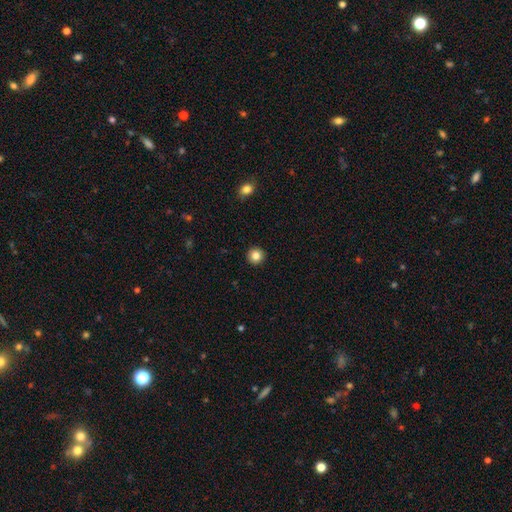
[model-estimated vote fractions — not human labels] Overall: smooth (84%). How rounded: round (96%). Merging: none (94%).